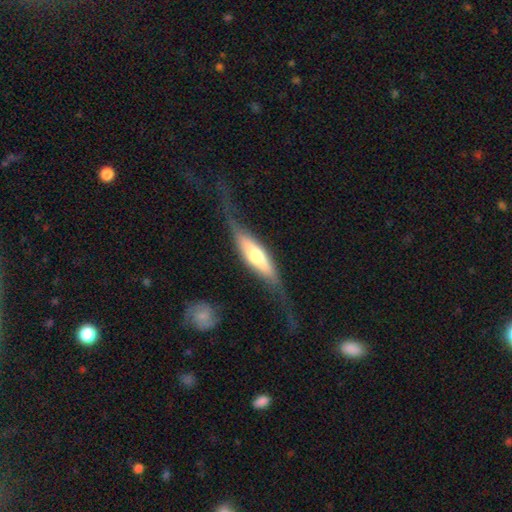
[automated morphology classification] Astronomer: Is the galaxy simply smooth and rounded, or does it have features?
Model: featured or disk — 62%.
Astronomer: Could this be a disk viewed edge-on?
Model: yes — 87%.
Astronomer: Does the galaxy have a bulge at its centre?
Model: rounded — 82%.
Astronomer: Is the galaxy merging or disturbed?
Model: none — 64%.